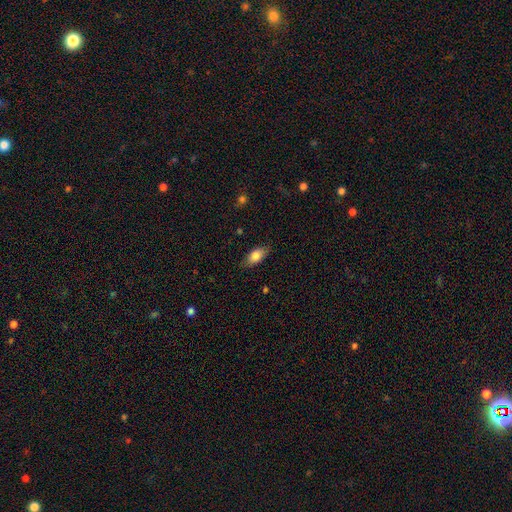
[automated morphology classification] smooth 81%, featured or disk 12%, star or artifact 7%. Down the decision tree: how rounded — in between (89%); merging — none (82%).